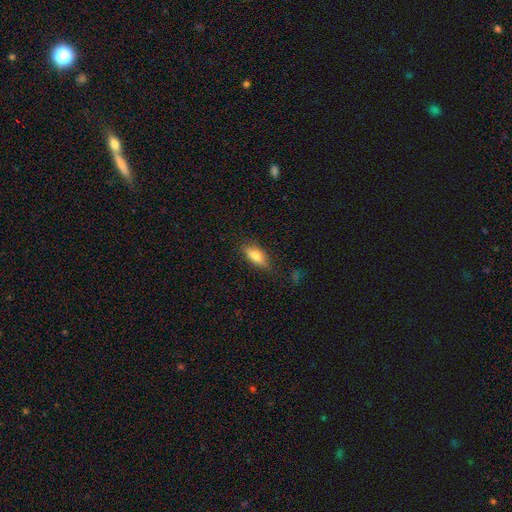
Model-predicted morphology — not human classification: A smooth galaxy with no disk features (75%) that is in between round and cigar-shaped (80%). Merging: none (77%).